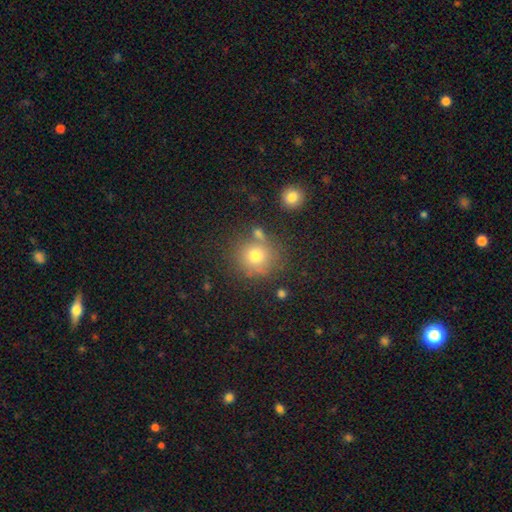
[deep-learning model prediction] smooth 74%, star or artifact 15%, featured or disk 11%. Down the decision tree: how rounded — round (90%); merging — none (73%).